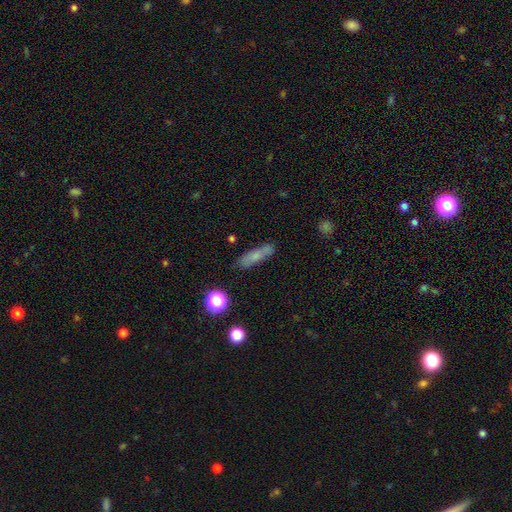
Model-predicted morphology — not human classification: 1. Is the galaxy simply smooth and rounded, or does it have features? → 69% smooth, 21% featured or disk, 11% star or artifact.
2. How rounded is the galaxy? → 70% cigar-shaped, 26% in between, 4% round.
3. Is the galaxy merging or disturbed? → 81% none, 14% minor disturbance, 3% major disturbance, 3% merger.